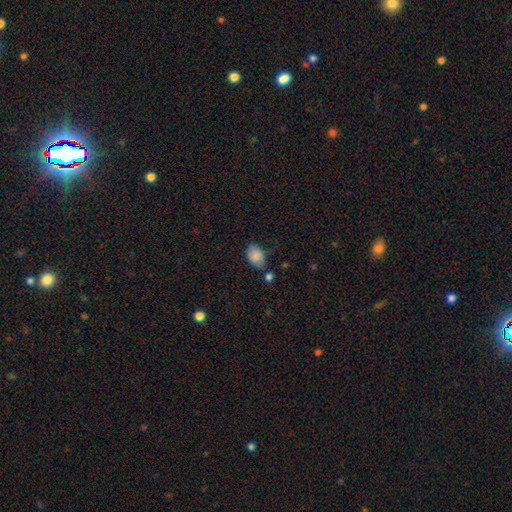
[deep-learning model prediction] The model was most divided on "merging": none: 61%, minor disturbance: 25%, merger: 7%, major disturbance: 6%. More confident: how rounded — in between (87%); smooth or featured — smooth (85%).